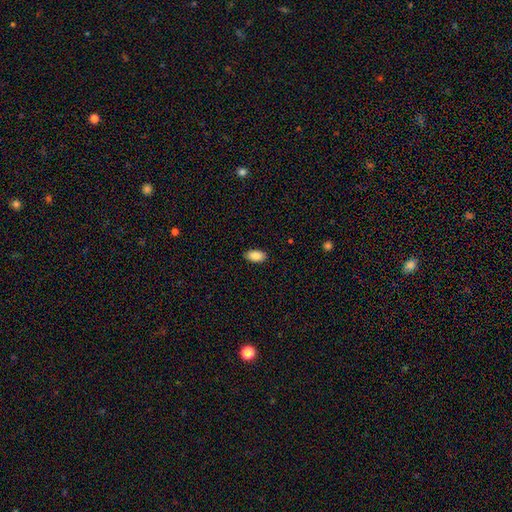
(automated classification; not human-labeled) This appears to be a smooth galaxy with no disk features (89%) that is in between round and cigar-shaped (94%). Merging: none (87%).